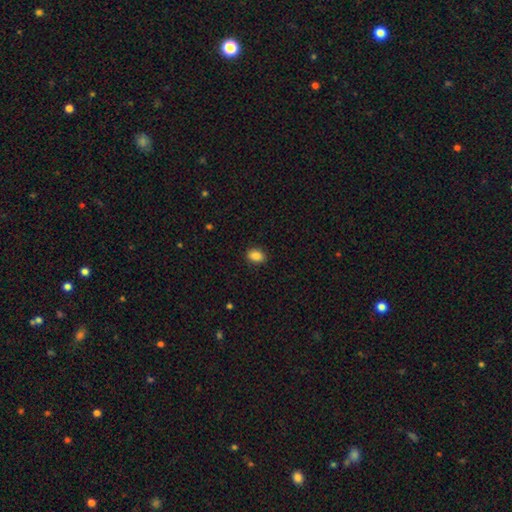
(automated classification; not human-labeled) Morphology: type=smooth (87%); roundness=in between (75%); merging=none (89%).